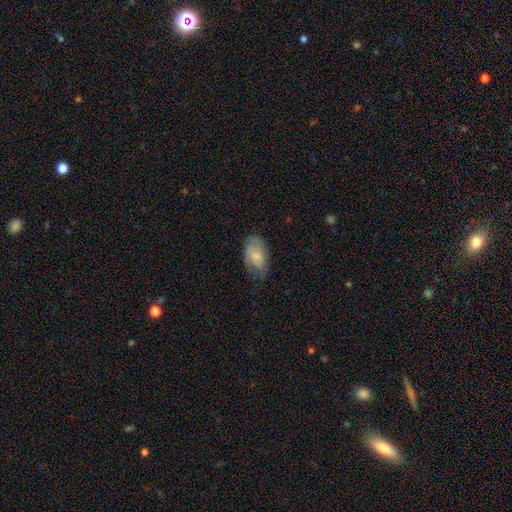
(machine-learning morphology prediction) A smooth galaxy with no disk features (68%) that is in between round and cigar-shaped (93%).

Vote fractions:
- Smooth or featured? smooth: 68% / featured or disk: 25% / star or artifact: 7%
- How rounded? in between: 93% / round: 5% / cigar-shaped: 2%
- Merging? none: 58% / minor disturbance: 31% / major disturbance: 9% / merger: 1%